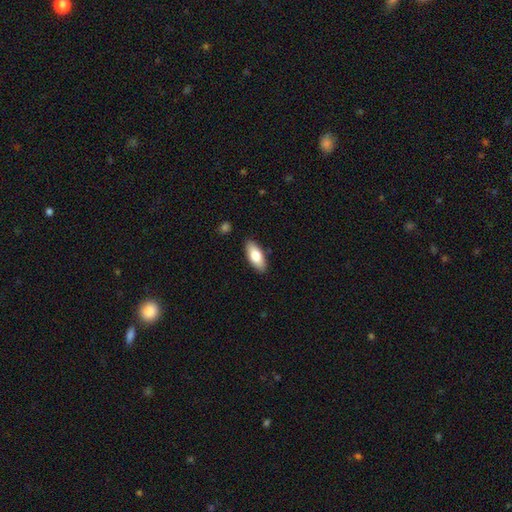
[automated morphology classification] Smooth or featured: smooth — 78% (featured or disk — 16%)
How rounded: in between — 85% (cigar-shaped — 13%)
Merging: none — 88% (minor disturbance — 9%)